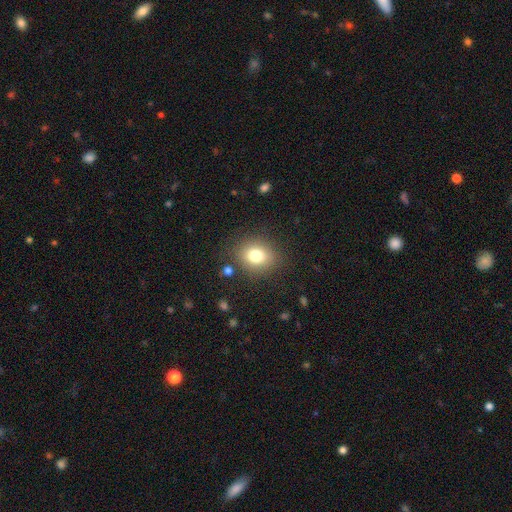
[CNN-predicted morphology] This appears to be a smooth galaxy with no disk features (78%) that is round (63%). Merging: none (84%).